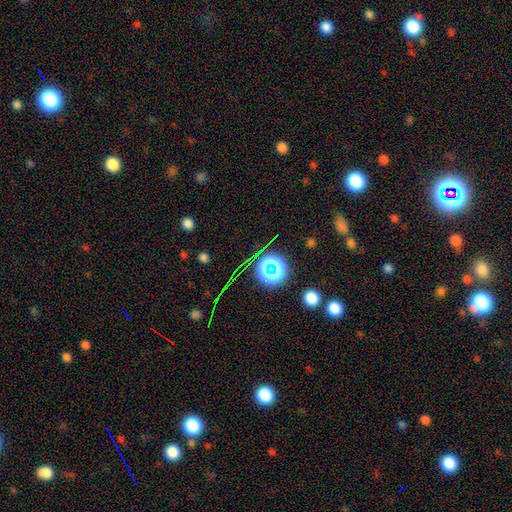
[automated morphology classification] This is likely a star or artifact rather than a galaxy (67%).